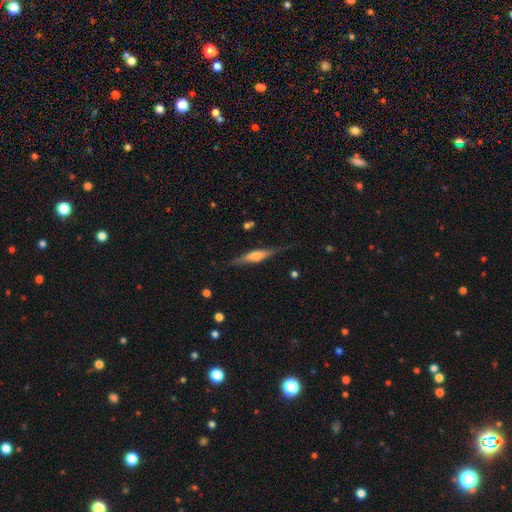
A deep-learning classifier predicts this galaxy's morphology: Q: Smooth or featured?
A: featured or disk (69%); runner-up: smooth (25%)
Q: Edge-on disk?
A: yes (96%); runner-up: no (4%)
Q: Edge-on bulge?
A: rounded (81%); runner-up: boxy (14%)
Q: Merging?
A: none (80%); runner-up: minor disturbance (15%)